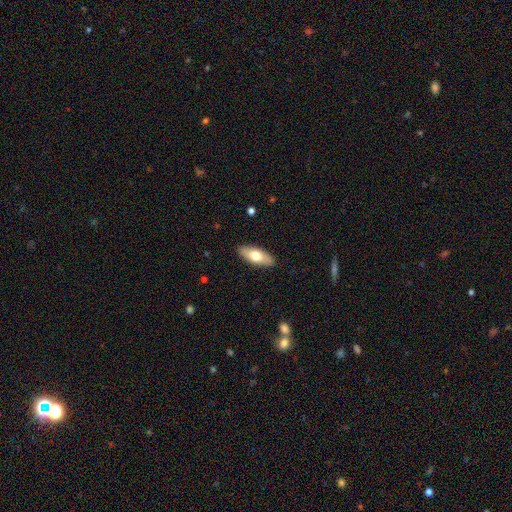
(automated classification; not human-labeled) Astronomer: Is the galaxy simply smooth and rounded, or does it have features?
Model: smooth — 68%.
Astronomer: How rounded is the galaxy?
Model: in between — 80%.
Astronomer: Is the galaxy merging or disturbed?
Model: none — 89%.